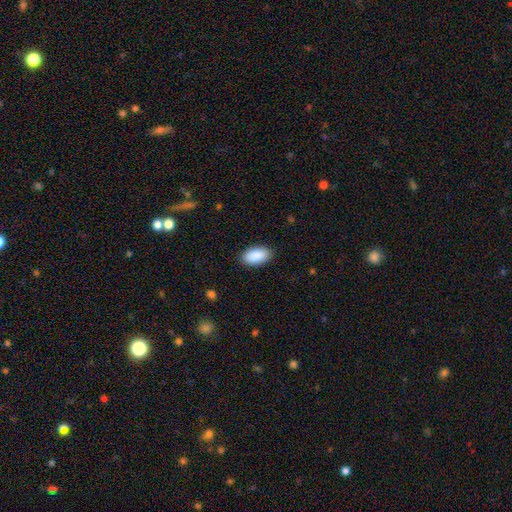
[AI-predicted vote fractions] smooth_or_featured: smooth (p=0.91) [alt: star or artifact p=0.06]
how_rounded: in between (p=0.95) [alt: cigar-shaped p=0.03]
merging: none (p=0.89) [alt: minor disturbance p=0.08]